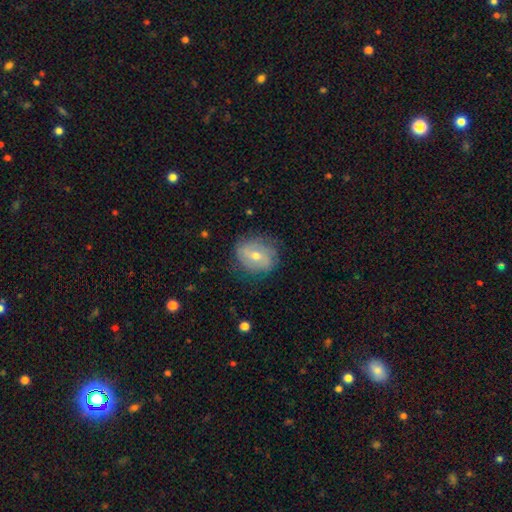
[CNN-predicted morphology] type=featured or disk (55%); edge-on=no (95%); bar=no (43%); spiral arms=yes (65%); bulge=moderate (58%); merging=none (74%).